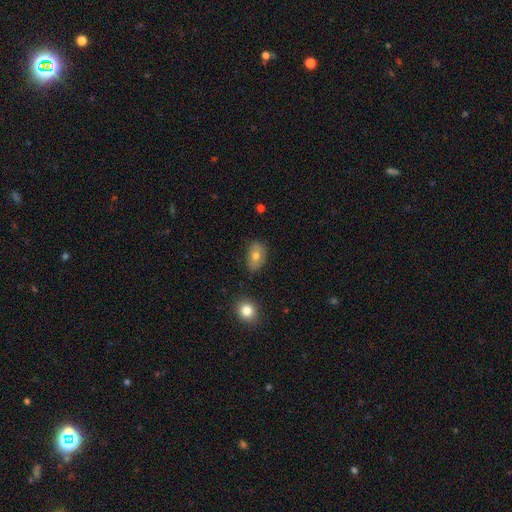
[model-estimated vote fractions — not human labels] This appears to be a smooth galaxy with no disk features (71%) that is in between round and cigar-shaped (85%). Merging: none (78%).